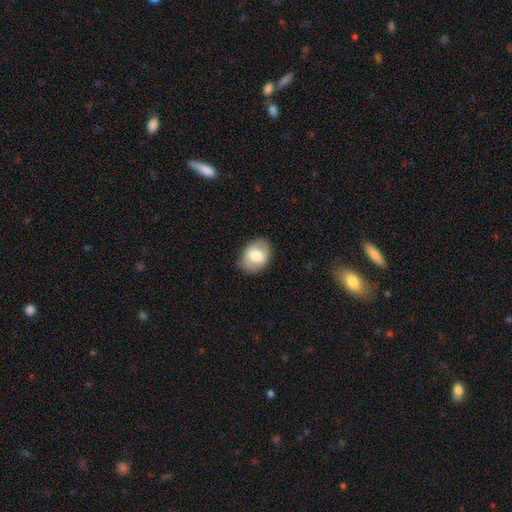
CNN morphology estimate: Smooth or featured?
  - smooth: 74% *
  - featured or disk: 19%
  - star or artifact: 7%
How rounded?
  - in between: 71% *
  - round: 28%
  - cigar-shaped: 1%
Merging?
  - none: 79% *
  - minor disturbance: 16%
  - major disturbance: 4%
  - merger: 1%